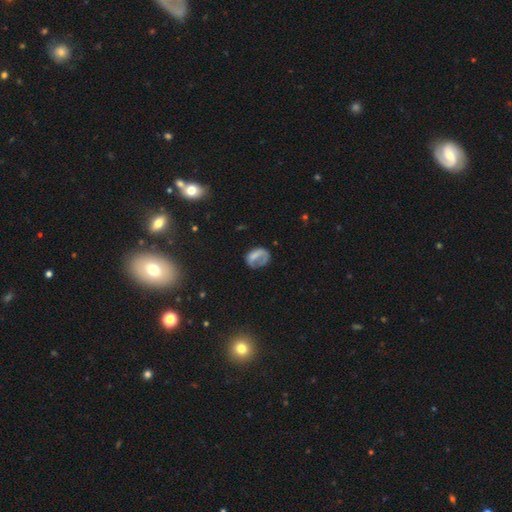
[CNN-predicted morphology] A smooth galaxy with no disk features (58%) that is in between round and cigar-shaped (60%). Merging: none (39%).